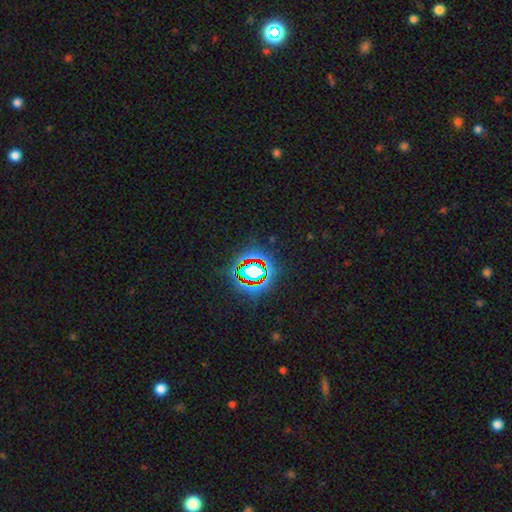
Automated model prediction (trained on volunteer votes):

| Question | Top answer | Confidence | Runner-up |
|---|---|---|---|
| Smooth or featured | star or artifact | 78% | smooth (13%) |